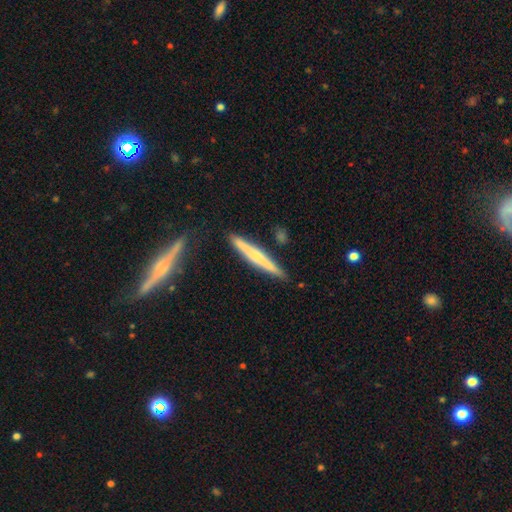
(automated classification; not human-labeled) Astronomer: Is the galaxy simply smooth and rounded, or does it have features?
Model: featured or disk — 55% (runner-up: smooth, 39%).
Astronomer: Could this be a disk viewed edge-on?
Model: yes — 97%.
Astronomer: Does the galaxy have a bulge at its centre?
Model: rounded — 53% (runner-up: none, 37%).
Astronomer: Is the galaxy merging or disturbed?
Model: none — 87%.